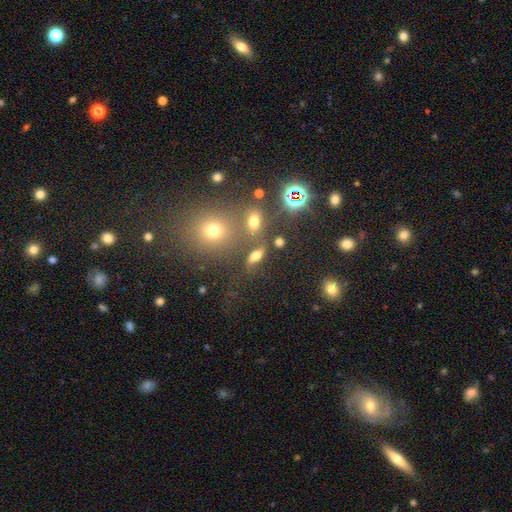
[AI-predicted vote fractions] A smooth galaxy with no disk features (65%) that is in between round and cigar-shaped (70%).

Vote fractions:
- Smooth or featured? smooth: 65% / star or artifact: 19% / featured or disk: 16%
- How rounded? in between: 70% / round: 16% / cigar-shaped: 14%
- Merging? none: 64% / minor disturbance: 14% / merger: 14% / major disturbance: 9%